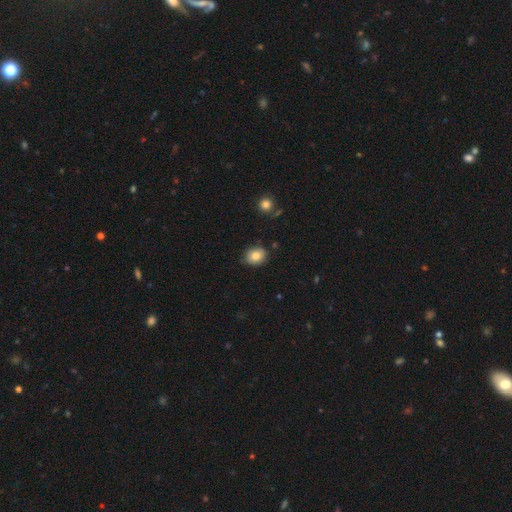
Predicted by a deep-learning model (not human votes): A smooth galaxy with no disk features (83%) that is in between round and cigar-shaped (50%). Merging: none (82%).